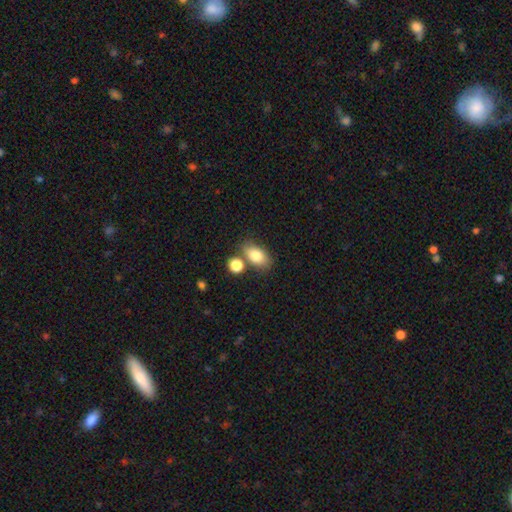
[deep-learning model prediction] Morphology: type=smooth (80%); roundness=in between (83%); merging=none (67%).